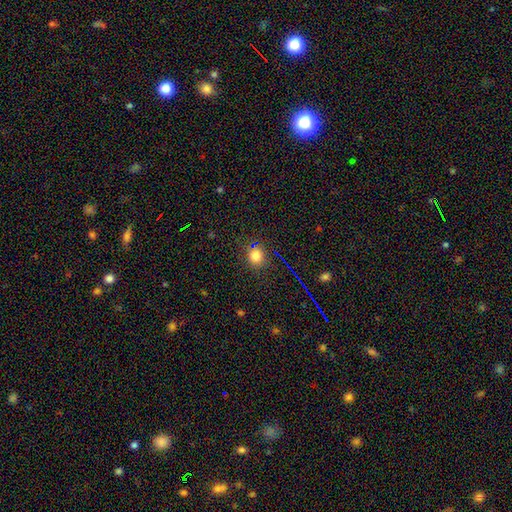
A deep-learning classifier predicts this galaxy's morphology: A smooth galaxy with no disk features (76%) that is round (83%). Merging: none (86%).